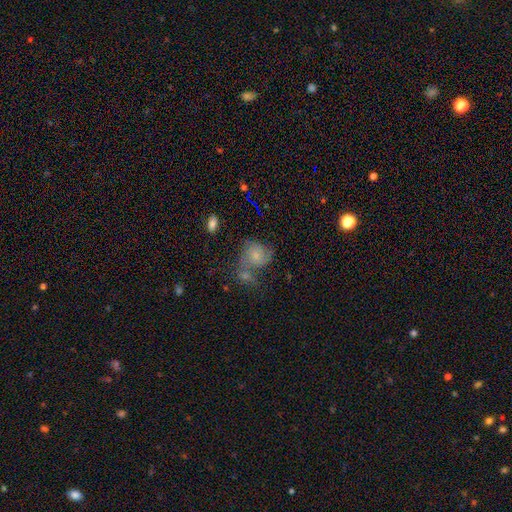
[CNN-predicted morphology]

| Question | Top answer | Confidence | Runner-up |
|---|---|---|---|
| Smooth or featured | smooth | 47% | featured or disk (38%) |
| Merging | none | 36% | merger (35%) |